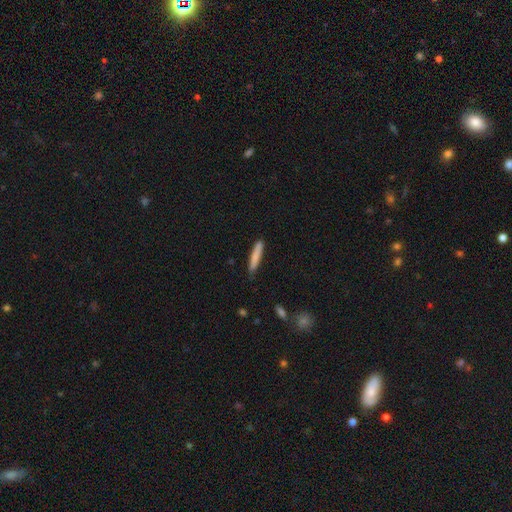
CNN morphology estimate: Overall: smooth (80%). How rounded: cigar-shaped (92%). Merging: none (81%).